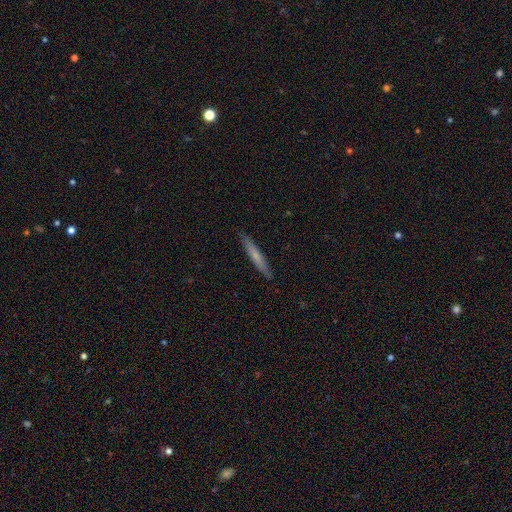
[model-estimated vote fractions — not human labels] Q: Smooth or featured?
A: smooth (60%); runner-up: featured or disk (34%)
Q: How rounded?
A: cigar-shaped (95%); runner-up: in between (4%)
Q: Merging?
A: none (90%); runner-up: minor disturbance (8%)